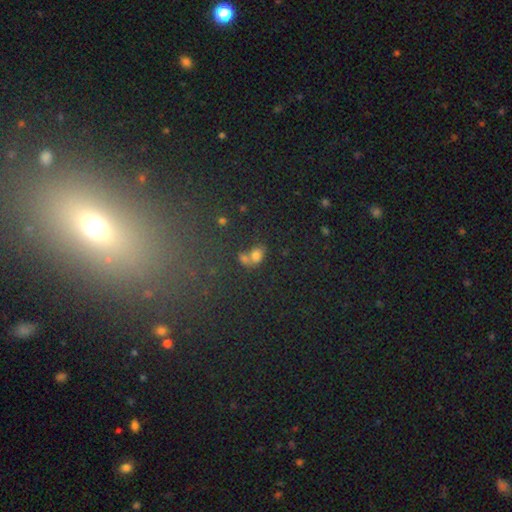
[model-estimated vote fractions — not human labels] This appears to be a smooth galaxy with no disk features (70%) that is in between round and cigar-shaped (67%). Merging: merger (44%).